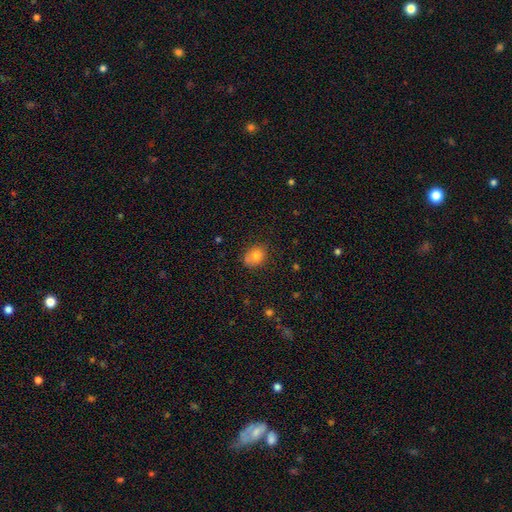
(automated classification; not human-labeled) Smooth or featured?
  - smooth: 78% *
  - featured or disk: 11%
  - star or artifact: 10%
How rounded?
  - round: 53% *
  - in between: 46%
  - cigar-shaped: 1%
Merging?
  - none: 67% *
  - minor disturbance: 22%
  - major disturbance: 6%
  - merger: 6%